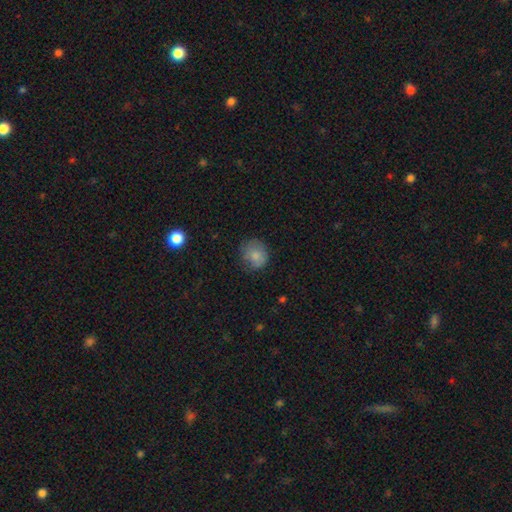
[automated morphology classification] Q: Smooth or featured?
A: smooth (79%); runner-up: featured or disk (12%)
Q: How rounded?
A: round (79%); runner-up: in between (20%)
Q: Merging?
A: none (67%); runner-up: minor disturbance (24%)